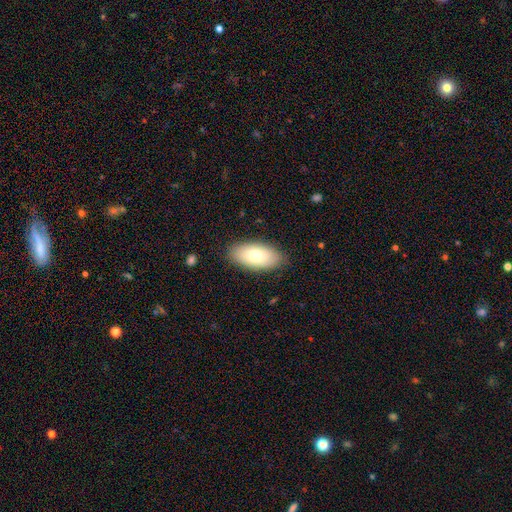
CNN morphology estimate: Smooth or featured? smooth (73%)
How rounded? in between (93%)
Merging? none (86%)